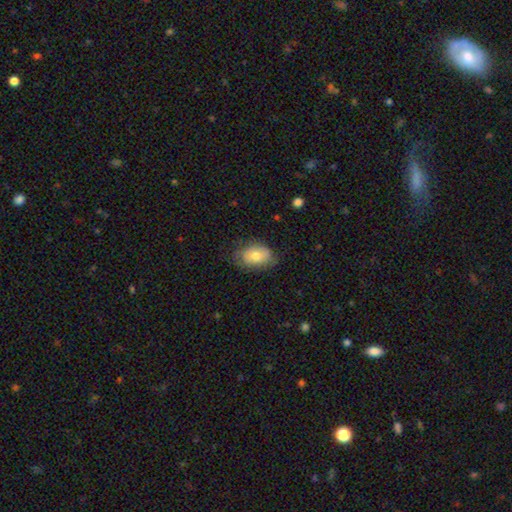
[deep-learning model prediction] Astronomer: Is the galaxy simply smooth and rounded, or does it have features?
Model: smooth — 71%.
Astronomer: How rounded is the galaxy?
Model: in between — 82%.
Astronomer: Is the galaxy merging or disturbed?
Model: none — 68%.